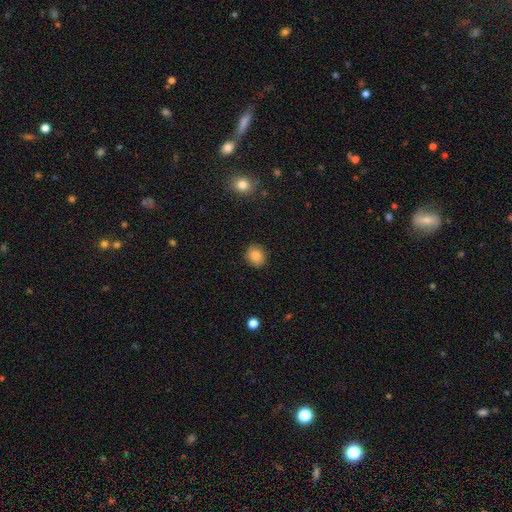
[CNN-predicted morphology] Smooth or featured?
  - smooth: 85% *
  - star or artifact: 9%
  - featured or disk: 6%
How rounded?
  - round: 78% *
  - in between: 21%
  - cigar-shaped: 1%
Merging?
  - none: 88% *
  - minor disturbance: 9%
  - major disturbance: 2%
  - merger: 1%